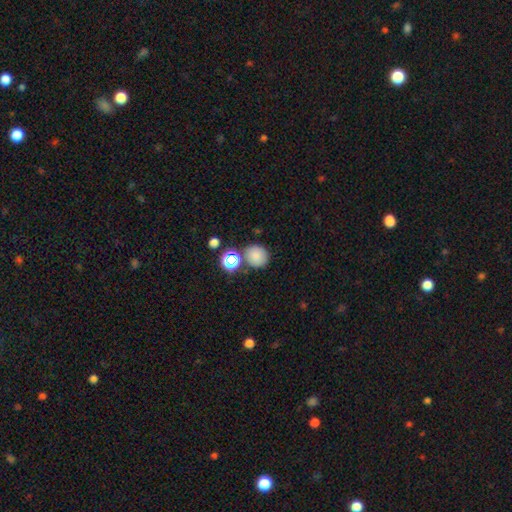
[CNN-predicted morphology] Smooth or featured? smooth (78%)
How rounded? round (82%)
Merging? none (73%)